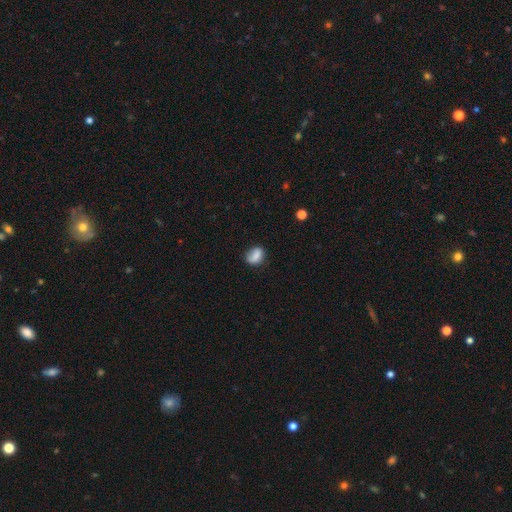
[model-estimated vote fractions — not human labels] This appears to be a smooth galaxy with no disk features (81%) that is in between round and cigar-shaped (71%). Merging: none (68%).